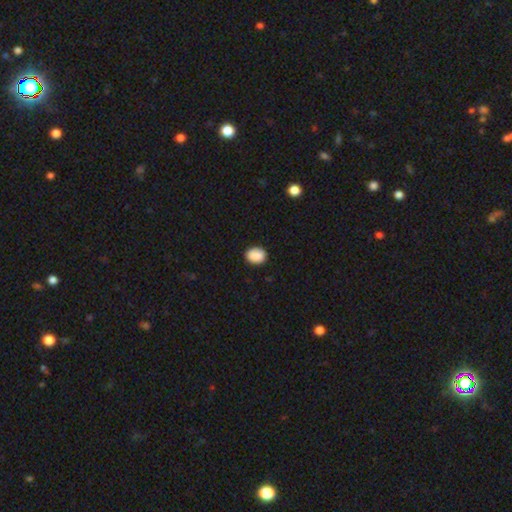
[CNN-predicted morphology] Q: Smooth or featured?
A: smooth (88%); runner-up: star or artifact (8%)
Q: How rounded?
A: in between (53%); runner-up: round (46%)
Q: Merging?
A: none (86%); runner-up: minor disturbance (11%)